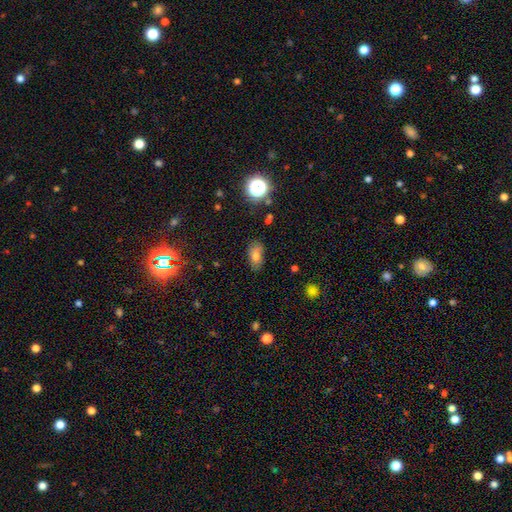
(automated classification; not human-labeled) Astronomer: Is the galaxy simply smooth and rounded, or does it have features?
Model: smooth — 72%.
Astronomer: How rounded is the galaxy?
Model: in between — 86%.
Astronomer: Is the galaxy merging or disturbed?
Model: none — 74%.